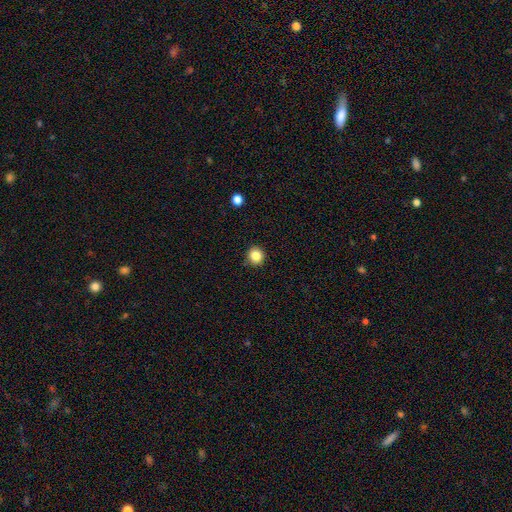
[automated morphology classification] Q: Smooth or featured?
A: smooth (85%); runner-up: star or artifact (11%)
Q: How rounded?
A: round (89%); runner-up: in between (10%)
Q: Merging?
A: none (89%); runner-up: minor disturbance (8%)